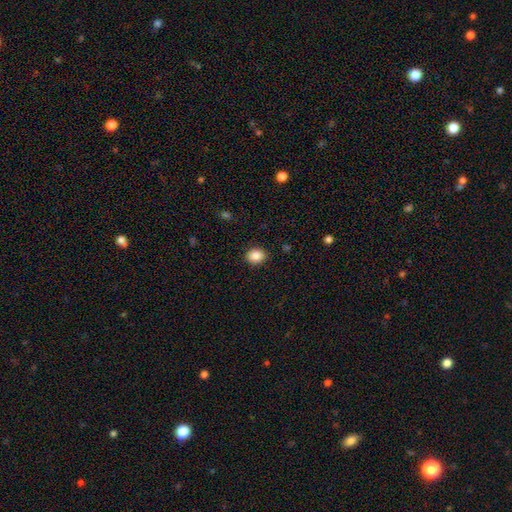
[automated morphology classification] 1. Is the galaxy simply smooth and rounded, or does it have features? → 87% smooth, 9% star or artifact, 4% featured or disk.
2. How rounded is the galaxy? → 53% round, 46% in between, 1% cigar-shaped.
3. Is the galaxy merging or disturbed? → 90% none, 7% minor disturbance, 2% major disturbance, 1% merger.